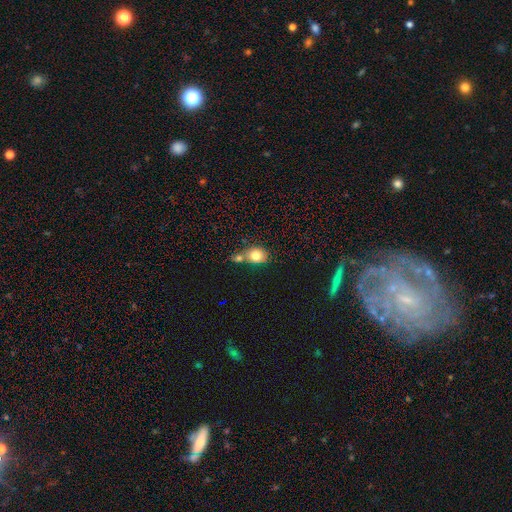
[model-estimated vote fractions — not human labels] This is likely a smooth galaxy (79%). How rounded: possibly round (53%). Merging: marginally none (43%).